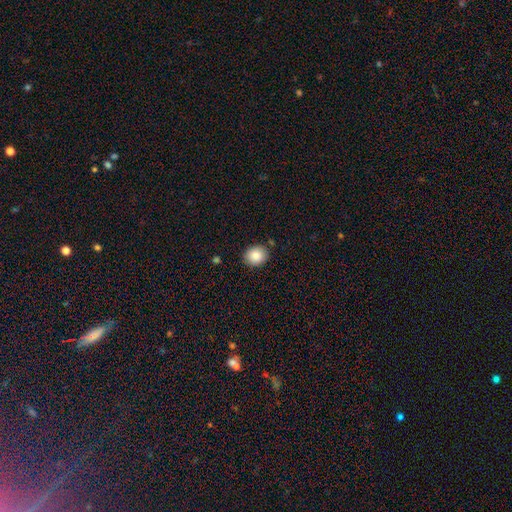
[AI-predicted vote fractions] Smooth or featured? smooth (86%)
How rounded? round (66%)
Merging? none (86%)